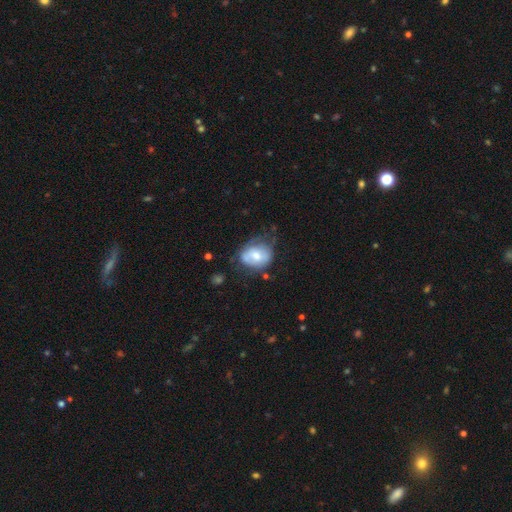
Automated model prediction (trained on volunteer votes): A smooth galaxy with no disk features (58%) that is in between round and cigar-shaped (51%).

Vote fractions:
- Smooth or featured? smooth: 58% / featured or disk: 35% / star or artifact: 8%
- How rounded? in between: 51% / round: 48% / cigar-shaped: 1%
- Merging? none: 46% / minor disturbance: 32% / major disturbance: 16% / merger: 5%